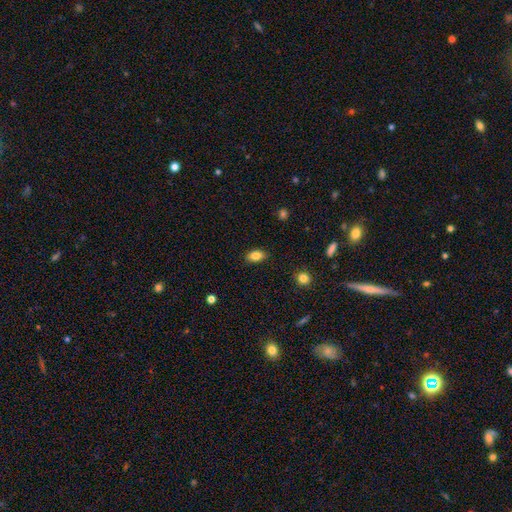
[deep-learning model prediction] A smooth galaxy with no disk features (83%) that is in between round and cigar-shaped (88%).

Vote fractions:
- Smooth or featured? smooth: 83% / star or artifact: 9% / featured or disk: 8%
- How rounded? in between: 88% / round: 9% / cigar-shaped: 3%
- Merging? none: 86% / minor disturbance: 11% / major disturbance: 2% / merger: 1%